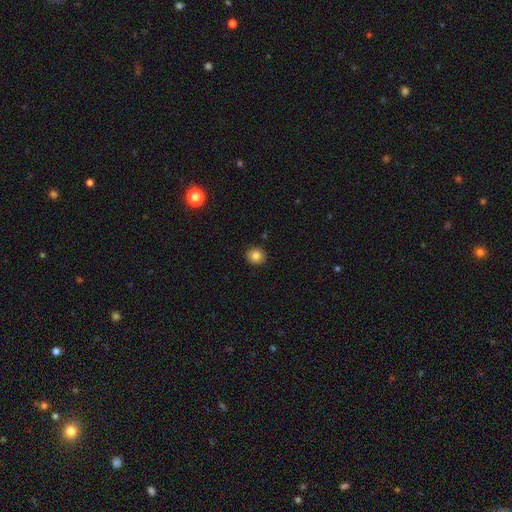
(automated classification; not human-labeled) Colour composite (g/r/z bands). It shows a smooth galaxy with no disk features (83%) that is round (84%). Merging: none (91%).